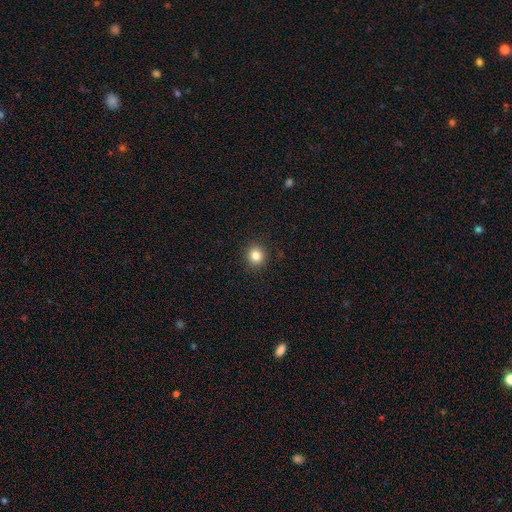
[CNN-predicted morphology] This is clearly a smooth galaxy (84%). How rounded: clearly round (91%). Merging: clearly none (92%).